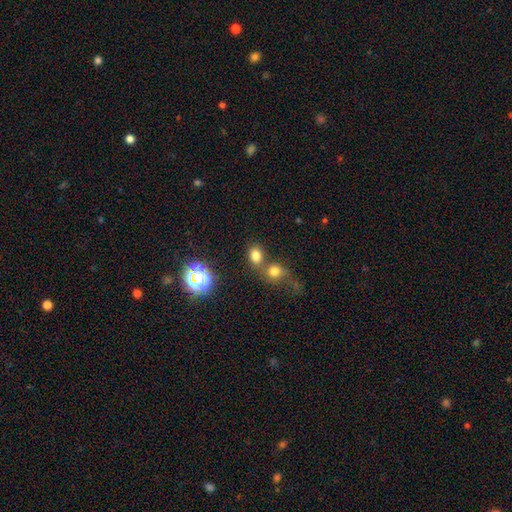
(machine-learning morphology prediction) This is likely a smooth galaxy (75%). How rounded: possibly in between (52%). Merging: possibly none (53%).